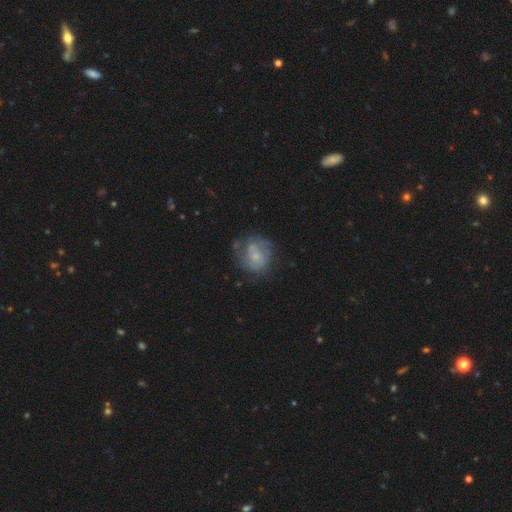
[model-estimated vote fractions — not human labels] featured or disk 55%, smooth 35%, star or artifact 10%. Down the decision tree: edge-on disk — no (98%); bar — no (76%); spiral arms — yes (65%); bulge size — small (65%); merging — none (57%).